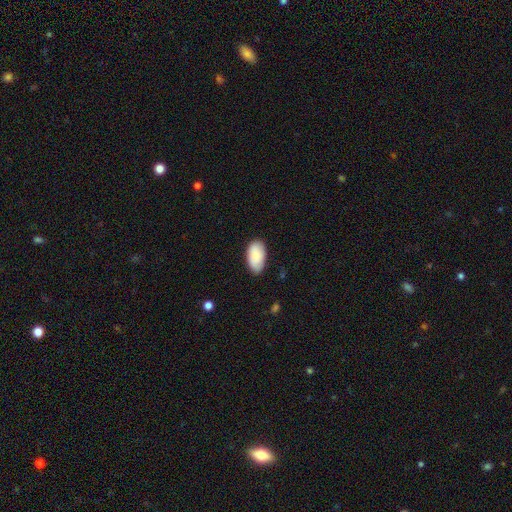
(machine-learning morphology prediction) smooth_or_featured: smooth (p=0.86) [alt: featured or disk p=0.08]
how_rounded: in between (p=0.95) [alt: round p=0.03]
merging: none (p=0.79) [alt: minor disturbance p=0.17]